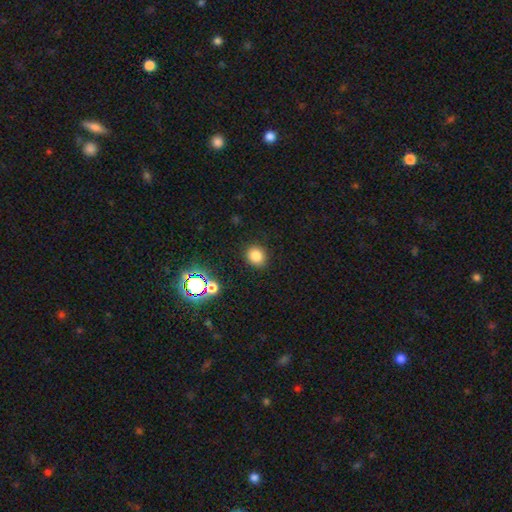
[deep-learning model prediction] Smooth or featured?
  - smooth: 80% *
  - star or artifact: 15%
  - featured or disk: 5%
How rounded?
  - round: 71% *
  - in between: 28%
  - cigar-shaped: 1%
Merging?
  - none: 88% *
  - minor disturbance: 8%
  - major disturbance: 3%
  - merger: 2%